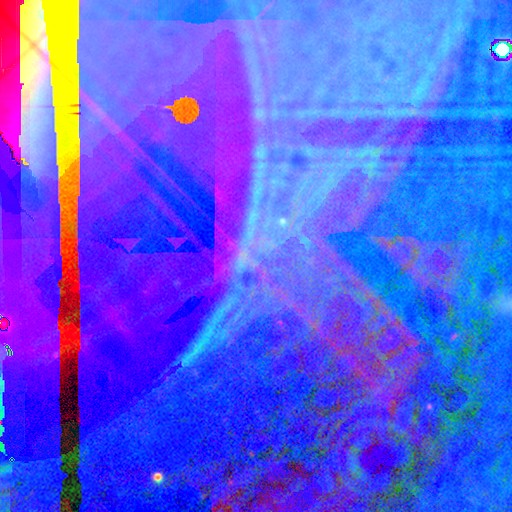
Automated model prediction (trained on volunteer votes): star or artifact 89%, featured or disk 6%, smooth 5%.